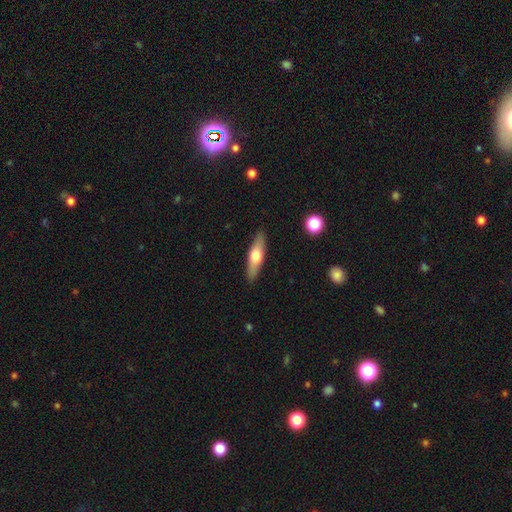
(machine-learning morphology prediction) This appears to be a smooth galaxy with no disk features (49%). Merging: none (89%).